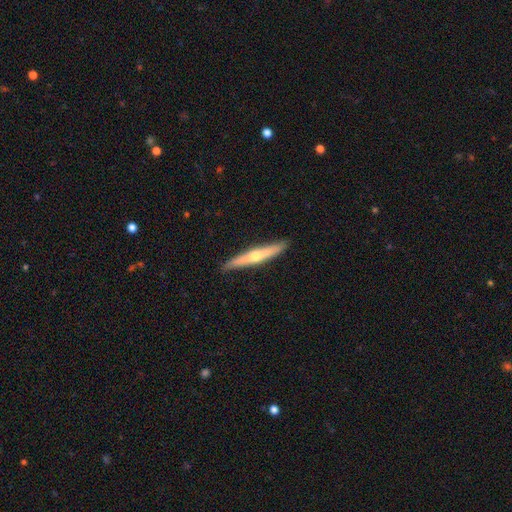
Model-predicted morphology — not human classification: Smooth or featured: featured or disk — 56% (smooth — 39%)
Edge-on disk: yes — 94% (no — 6%)
Edge-on bulge: rounded — 86% (none — 12%)
Merging: none — 89% (minor disturbance — 9%)